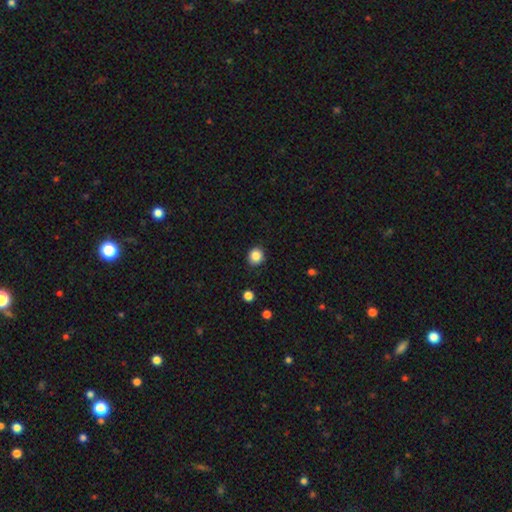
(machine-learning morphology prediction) This is clearly a smooth galaxy (86%). How rounded: clearly round (84%). Merging: clearly none (88%).